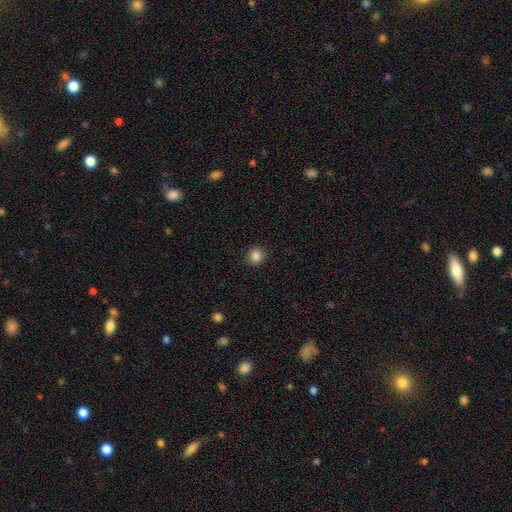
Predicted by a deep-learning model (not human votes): smooth_or_featured: smooth (p=0.86) [alt: star or artifact p=0.11]
how_rounded: round (p=0.87) [alt: in between p=0.12]
merging: none (p=0.91) [alt: minor disturbance p=0.06]